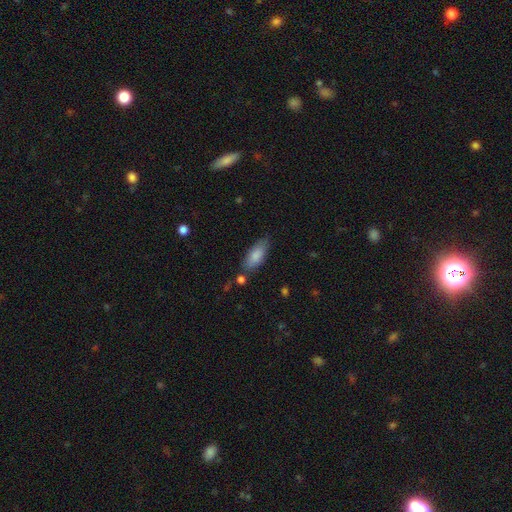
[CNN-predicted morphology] Q: Smooth or featured?
A: smooth (85%); runner-up: featured or disk (9%)
Q: How rounded?
A: in between (78%); runner-up: cigar-shaped (20%)
Q: Merging?
A: none (74%); runner-up: minor disturbance (17%)